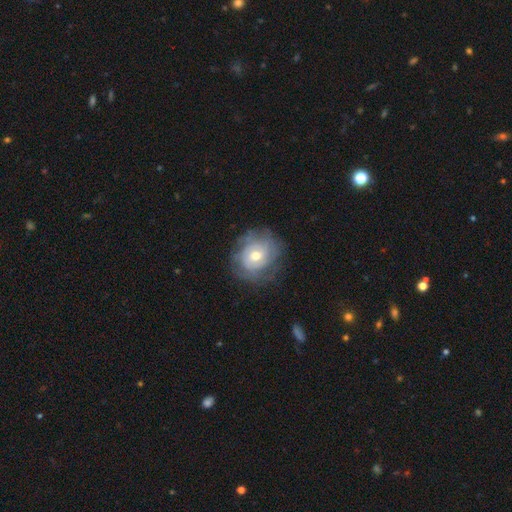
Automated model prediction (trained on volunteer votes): Smooth or featured: featured or disk — 69% (smooth — 24%)
Edge-on disk: no — 97% (yes — 3%)
Bar: no — 66% (weak — 28%)
Spiral arms: yes — 78% (no — 22%)
Spiral winding: tight — 70% (medium — 21%)
Spiral arm count: can't tell — 56% (2 — 18%)
Bulge size: moderate — 64% (small — 30%)
Merging: none — 73% (minor disturbance — 18%)